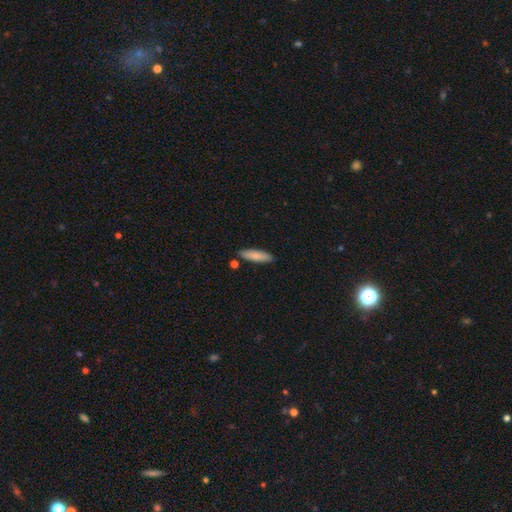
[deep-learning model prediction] This appears to be a smooth galaxy with no disk features (81%) that is cigar-shaped (65%). Merging: none (84%).